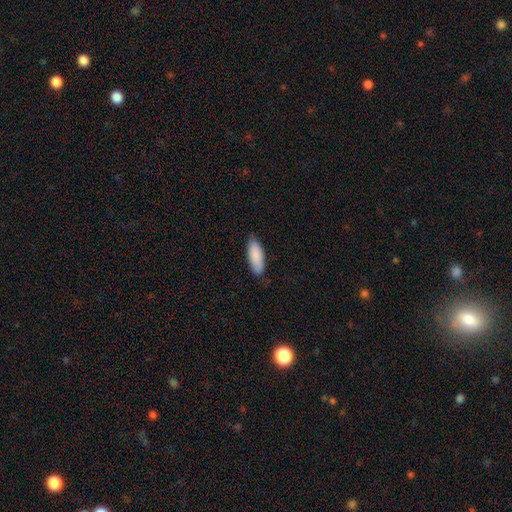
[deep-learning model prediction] smooth 89%, star or artifact 5%, featured or disk 5%. Down the decision tree: how rounded — in between (75%); merging — none (80%).